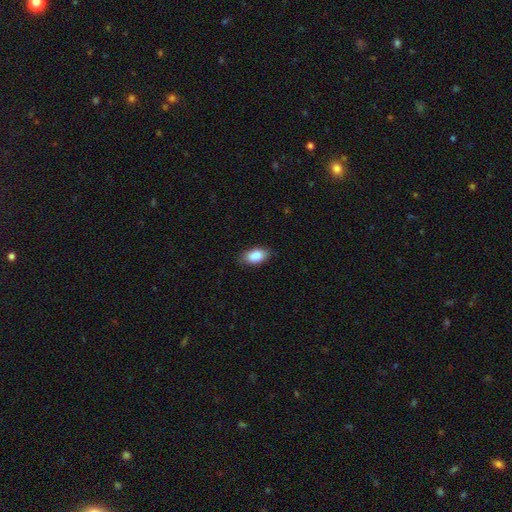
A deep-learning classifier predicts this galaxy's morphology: The model was most divided on "merging": none: 84%, minor disturbance: 12%, major disturbance: 2%, merger: 1%. More confident: how rounded — in between (92%); smooth or featured — smooth (87%).